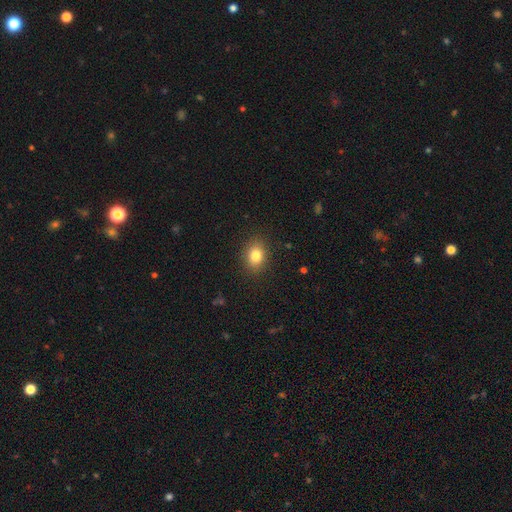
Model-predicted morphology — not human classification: This is clearly a smooth galaxy (82%). How rounded: possibly in between (59%). Merging: clearly none (88%).